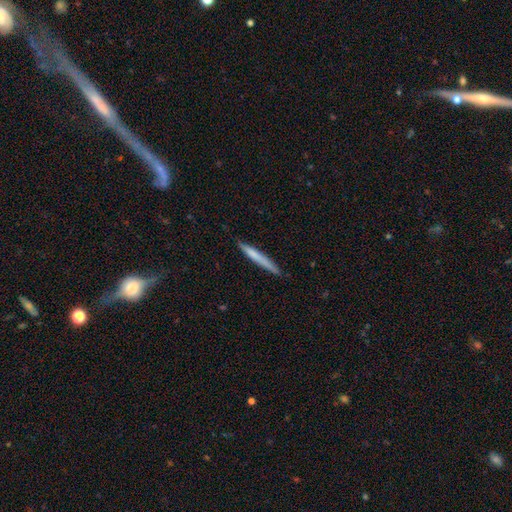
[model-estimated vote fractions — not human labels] Morphology: type=smooth (67%); roundness=cigar-shaped (96%); merging=none (87%).